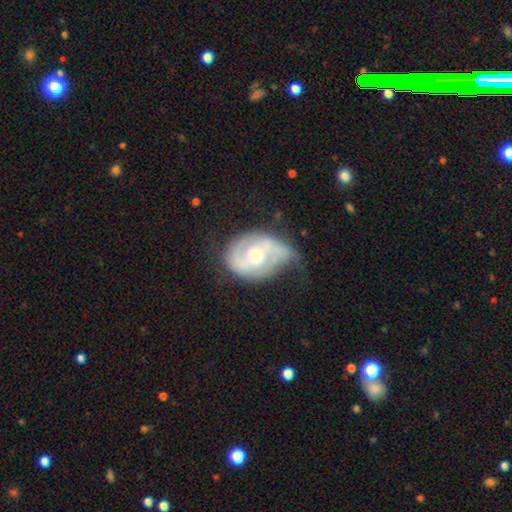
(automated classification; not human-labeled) Smooth or featured? featured or disk (69%)
Edge-on disk? no (96%)
Bar? no (52%)
Spiral arms? yes (70%)
Bulge size? moderate (69%)
Merging? minor disturbance (38%)